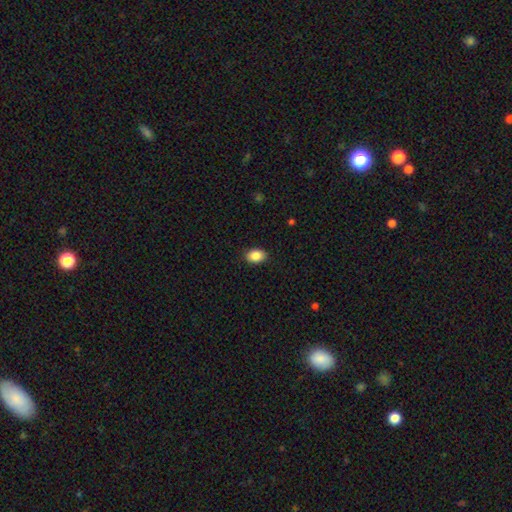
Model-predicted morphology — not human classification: Overall: smooth (87%). How rounded: in between (81%). Merging: none (89%).